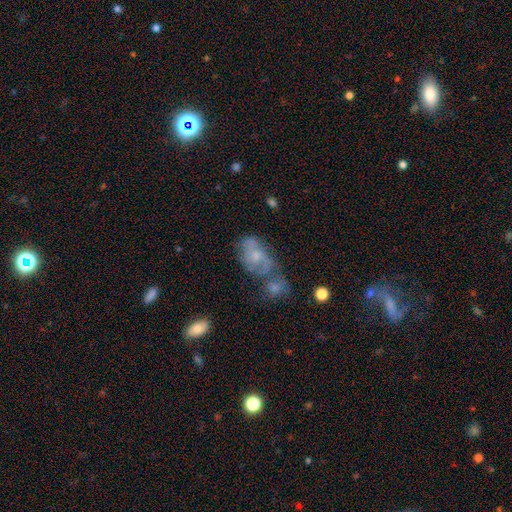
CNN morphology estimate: A featured or disk galaxy (63%) with no bar (67%), spiral arms (79%) and a small central bulge (49%).

Vote fractions:
- Smooth or featured? featured or disk: 63% / smooth: 27% / star or artifact: 10%
- Edge-on disk? no: 96% / yes: 4%
- Bar? no: 67% / weak: 28% / strong: 4%
- Spiral arms? yes: 79% / no: 21%
- Bulge size? small: 49% / moderate: 34% / none: 12% / large: 3% / dominant: 1%
- Merging? none: 33% / merger: 29% / minor disturbance: 20% / major disturbance: 18%